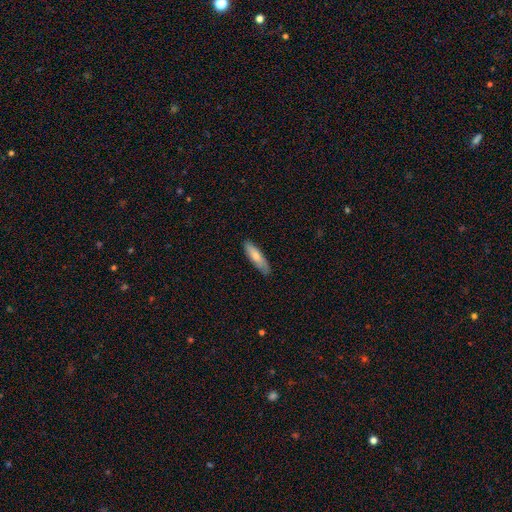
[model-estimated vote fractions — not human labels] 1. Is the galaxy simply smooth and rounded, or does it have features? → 73% smooth, 21% featured or disk, 6% star or artifact.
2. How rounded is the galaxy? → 62% cigar-shaped, 36% in between, 2% round.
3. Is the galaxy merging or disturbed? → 82% none, 15% minor disturbance, 2% major disturbance, 1% merger.